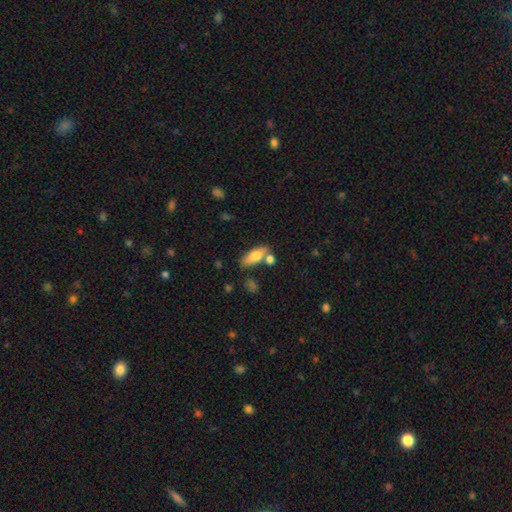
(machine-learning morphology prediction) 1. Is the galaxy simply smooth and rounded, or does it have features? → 72% smooth, 21% featured or disk, 7% star or artifact.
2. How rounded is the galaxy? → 74% in between, 22% cigar-shaped, 4% round.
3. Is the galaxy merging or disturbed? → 63% none, 18% merger, 14% minor disturbance, 5% major disturbance.